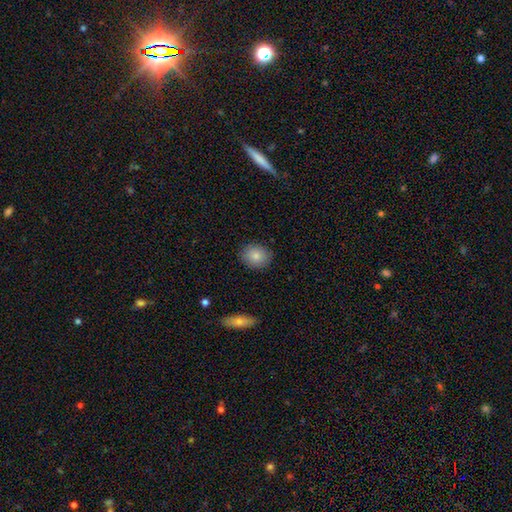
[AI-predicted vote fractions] smooth_or_featured: smooth (p=0.83) [alt: featured or disk p=0.09]
how_rounded: round (p=0.62) [alt: in between p=0.36]
merging: none (p=0.88) [alt: minor disturbance p=0.09]